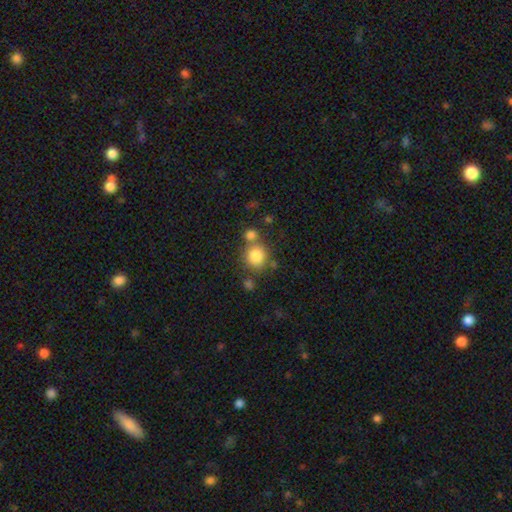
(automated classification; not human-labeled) Smooth or featured? Predicted: smooth (p=0.83). How rounded? Predicted: round (p=0.86). Merging? Predicted: none (p=0.62).